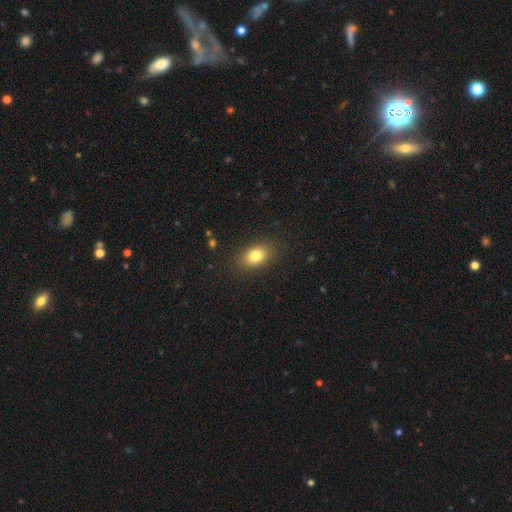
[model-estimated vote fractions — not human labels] This appears to be a smooth galaxy with no disk features (81%) that is in between round and cigar-shaped (79%). Merging: none (86%).